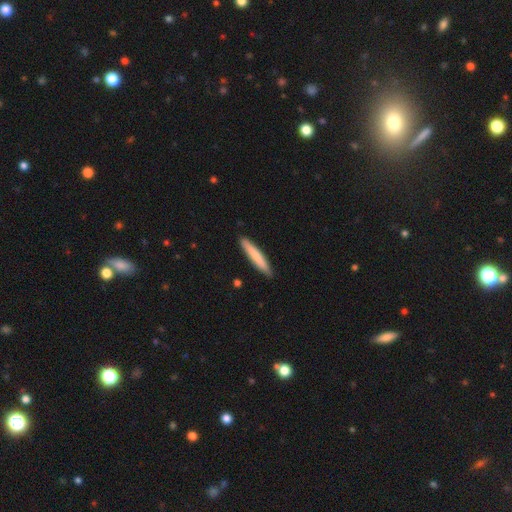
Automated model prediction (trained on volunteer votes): smooth 75%, featured or disk 19%, star or artifact 5%. Down the decision tree: how rounded — cigar-shaped (94%); merging — none (89%).